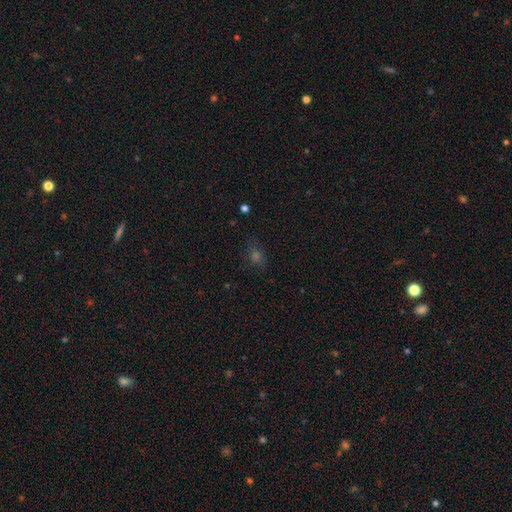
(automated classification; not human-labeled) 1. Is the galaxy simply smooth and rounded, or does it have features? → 52% smooth, 37% star or artifact, 11% featured or disk.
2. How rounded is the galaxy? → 54% round, 44% in between, 2% cigar-shaped.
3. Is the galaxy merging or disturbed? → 78% none, 15% minor disturbance, 6% major disturbance, 2% merger.